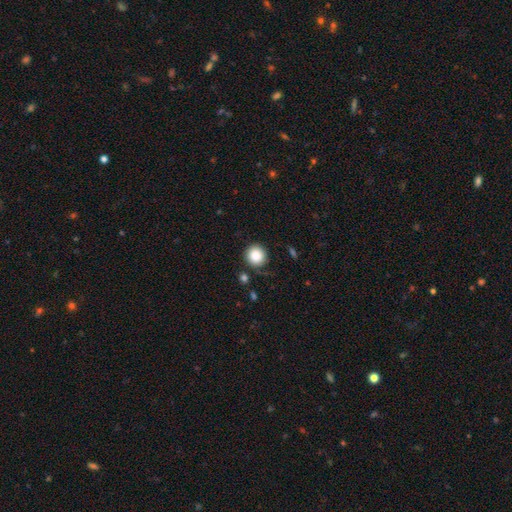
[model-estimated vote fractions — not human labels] Q: Smooth or featured?
A: smooth (86%); runner-up: star or artifact (9%)
Q: How rounded?
A: round (93%); runner-up: in between (6%)
Q: Merging?
A: none (83%); runner-up: minor disturbance (11%)